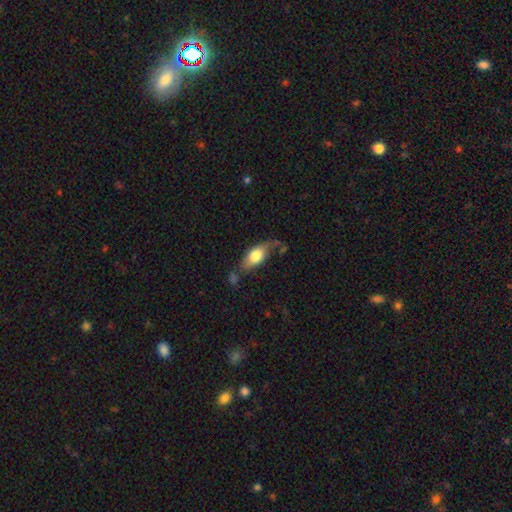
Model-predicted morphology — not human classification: Q: Smooth or featured?
A: smooth (69%); runner-up: featured or disk (25%)
Q: How rounded?
A: in between (83%); runner-up: cigar-shaped (12%)
Q: Merging?
A: none (54%); runner-up: minor disturbance (27%)